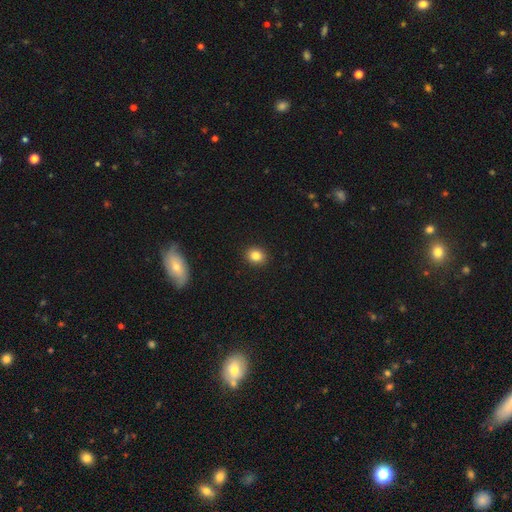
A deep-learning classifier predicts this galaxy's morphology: Smooth or featured? smooth (83%)
How rounded? round (73%)
Merging? none (92%)